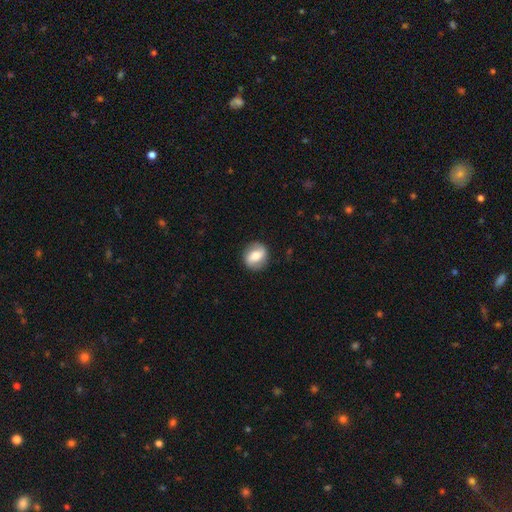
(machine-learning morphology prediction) A smooth galaxy with no disk features (48%).

Vote fractions:
- Smooth or featured? smooth: 48% / featured or disk: 44% / star or artifact: 7%
- Merging? none: 87% / minor disturbance: 9% / major disturbance: 3% / merger: 1%